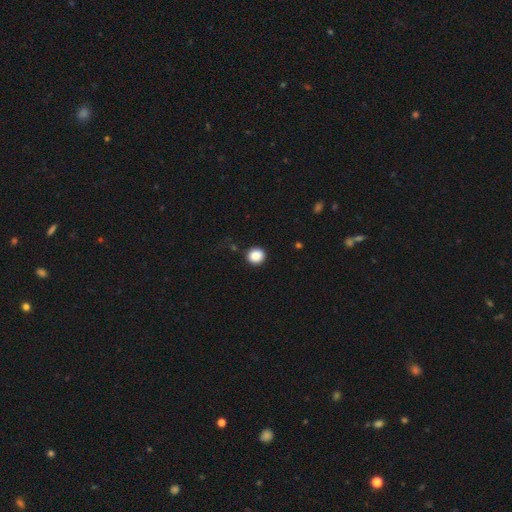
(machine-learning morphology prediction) Smooth or featured?
  - smooth: 88% *
  - star or artifact: 9%
  - featured or disk: 3%
How rounded?
  - round: 89% *
  - in between: 10%
  - cigar-shaped: 1%
Merging?
  - none: 90% *
  - minor disturbance: 7%
  - major disturbance: 2%
  - merger: 1%